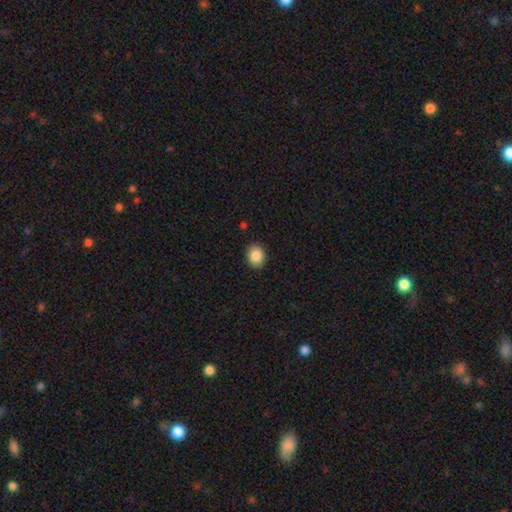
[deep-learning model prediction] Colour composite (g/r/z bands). It shows a smooth galaxy with no disk features (87%) that is in between round and cigar-shaped (51%). Merging: none (90%).